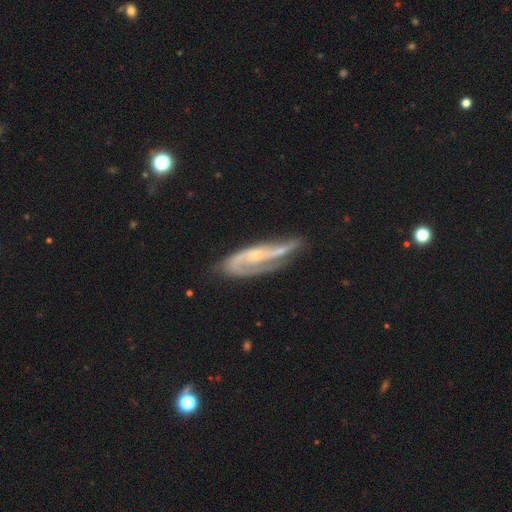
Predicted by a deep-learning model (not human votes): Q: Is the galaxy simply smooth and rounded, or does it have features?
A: featured or disk — 85%.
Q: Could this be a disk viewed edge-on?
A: no — 89%.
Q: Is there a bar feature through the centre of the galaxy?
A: no — 51%.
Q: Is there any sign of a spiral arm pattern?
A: yes — 95%.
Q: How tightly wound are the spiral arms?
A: medium — 45%.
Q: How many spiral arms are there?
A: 2 — 69%.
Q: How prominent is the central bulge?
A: small — 66%.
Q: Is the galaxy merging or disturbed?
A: none — 52%.